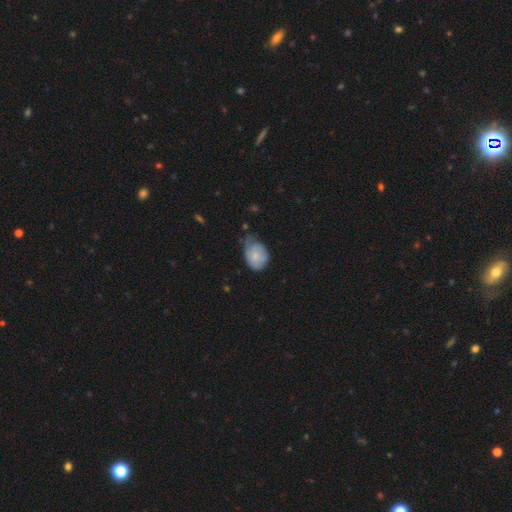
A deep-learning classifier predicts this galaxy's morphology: type=smooth (68%); roundness=in between (68%); merging=minor disturbance (47%).